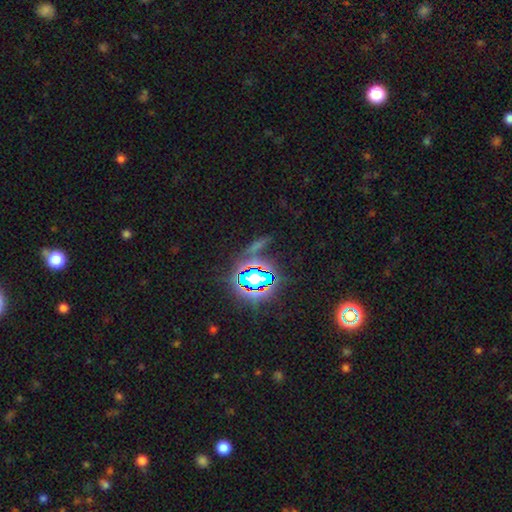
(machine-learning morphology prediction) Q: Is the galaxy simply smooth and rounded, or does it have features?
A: star or artifact — 81%.